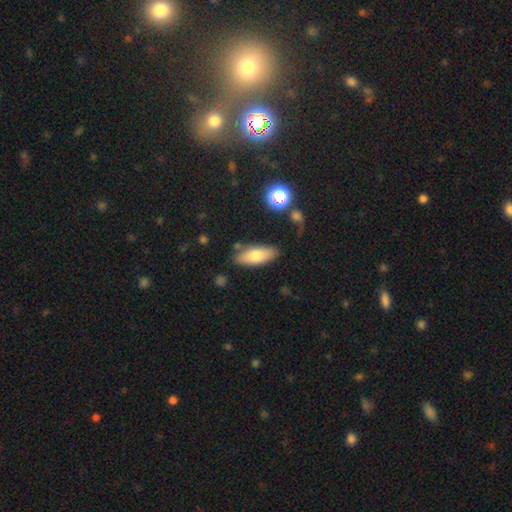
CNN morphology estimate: A smooth galaxy with no disk features (74%) that is in between round and cigar-shaped (77%).

Vote fractions:
- Smooth or featured? smooth: 74% / featured or disk: 19% / star or artifact: 7%
- How rounded? in between: 77% / cigar-shaped: 21% / round: 3%
- Merging? none: 80% / minor disturbance: 14% / merger: 4% / major disturbance: 3%